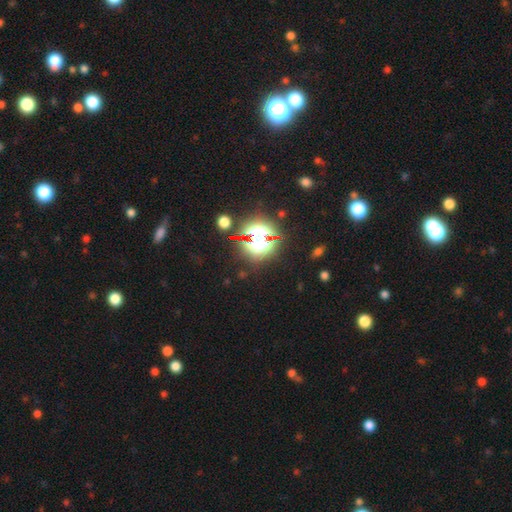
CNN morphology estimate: The model was most divided on "smooth or featured": star or artifact: 82%, smooth: 11%, featured or disk: 7%.